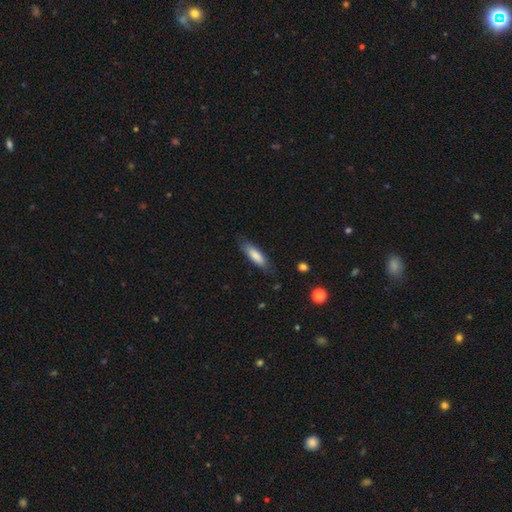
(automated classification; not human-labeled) Smooth or featured? Predicted: smooth (p=0.82). How rounded? Predicted: cigar-shaped (p=0.53). Merging? Predicted: none (p=0.79).